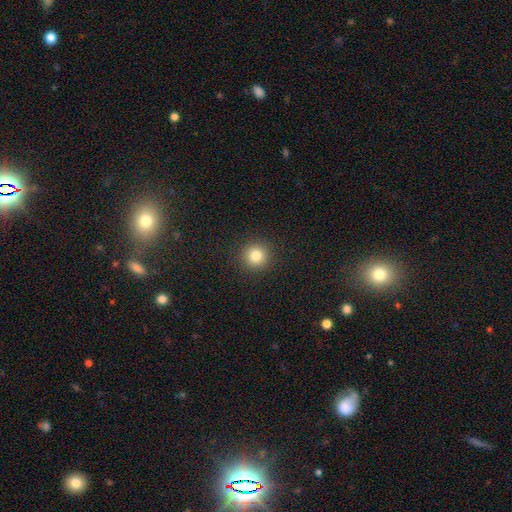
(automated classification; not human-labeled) smooth-or-featured: smooth: 82% | star or artifact: 12% | featured or disk: 6%
  how-rounded: round: 95% | in between: 4% | cigar-shaped: 1%
  merging: none: 92% | minor disturbance: 5% | major disturbance: 2% | merger: 1%